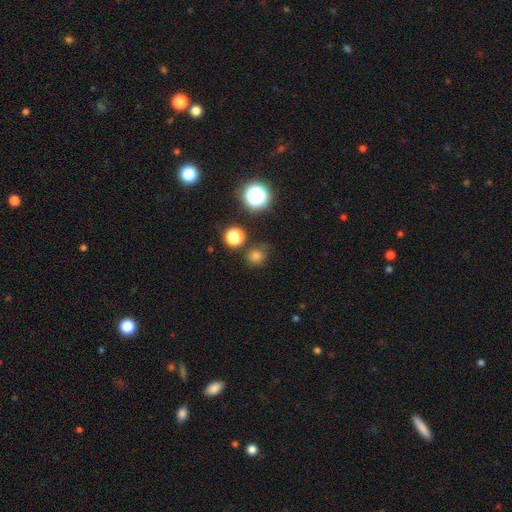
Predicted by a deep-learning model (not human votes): Smooth or featured? smooth (75%)
How rounded? round (83%)
Merging? none (77%)